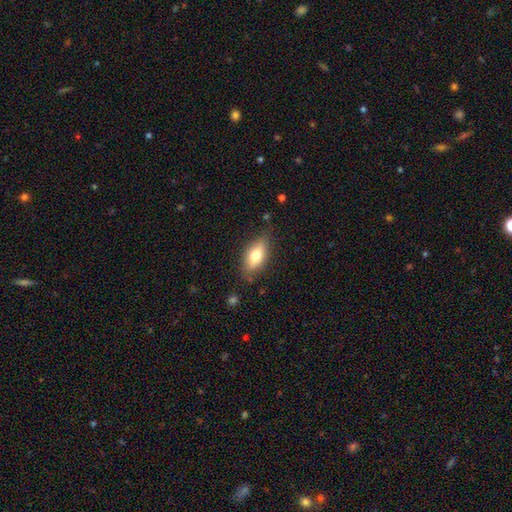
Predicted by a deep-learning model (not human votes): This appears to be a smooth galaxy with no disk features (68%) that is in between round and cigar-shaped (81%). Merging: none (79%).